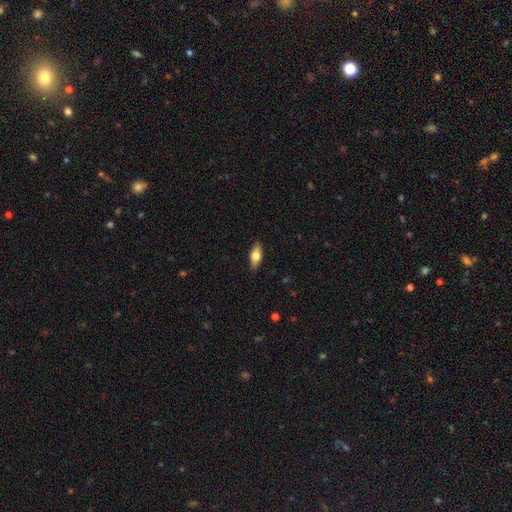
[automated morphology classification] This appears to be a smooth galaxy with no disk features (65%) that is in between round and cigar-shaped (79%). Merging: none (87%).